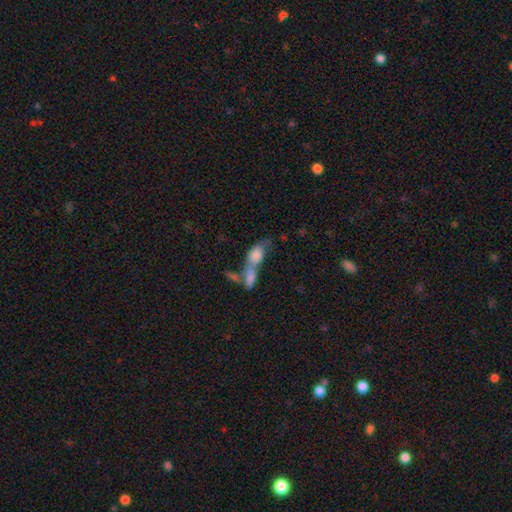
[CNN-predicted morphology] This is likely a smooth galaxy (66%). How rounded: likely in between (74%). Merging: likely merger (69%).